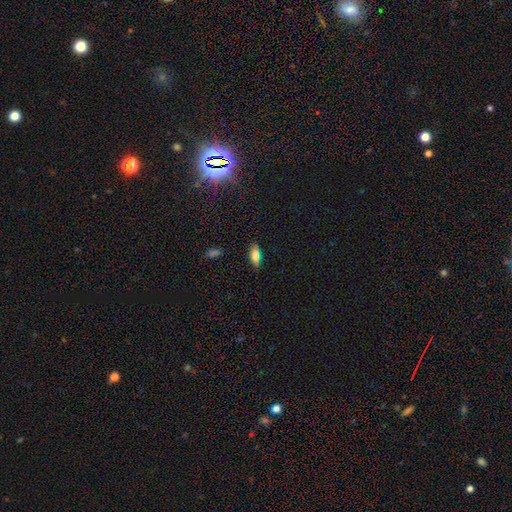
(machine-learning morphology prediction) type=smooth (69%); roundness=in between (79%); merging=none (84%).